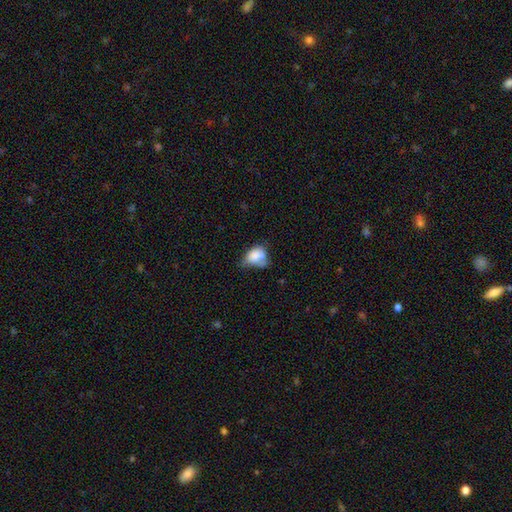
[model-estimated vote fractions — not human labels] A smooth galaxy with no disk features (75%) that is in between round and cigar-shaped (71%). Merging: minor disturbance (34%).